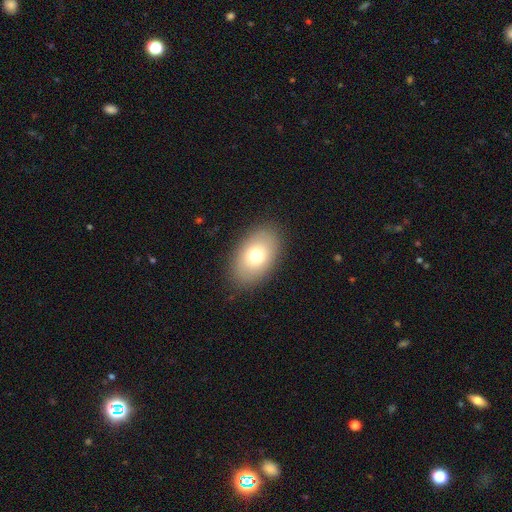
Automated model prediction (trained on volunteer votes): This appears to be a smooth galaxy with no disk features (73%) that is in between round and cigar-shaped (89%). Merging: none (87%).